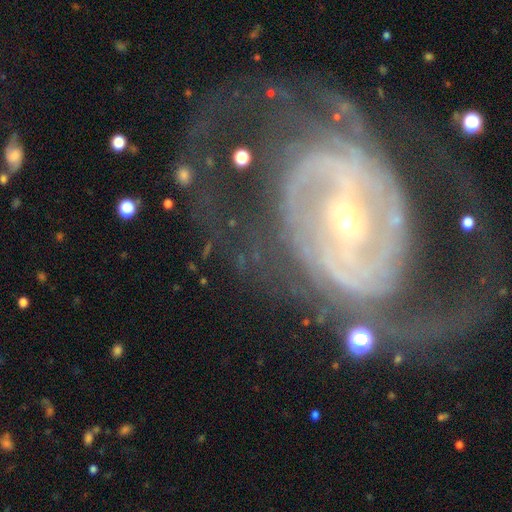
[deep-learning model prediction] A featured or disk galaxy (88%) with a strong bar (41%), 2 (59%) tight (41%, tied with medium) spiral arms (93%) and a small central bulge (82%).

Vote fractions:
- Smooth or featured? featured or disk: 88% / star or artifact: 7% / smooth: 5%
- Edge-on disk? no: 96% / yes: 4%
- Bar? strong: 41% / weak: 33% / no: 26%
- Spiral arms? yes: 93% / no: 7%
- Spiral winding? tight: 41% (tied) / medium: 41% (tied) / loose: 19%
- Spiral arm count? 2: 59% / can't tell: 17% / 3: 9% / 4: 6% / 1: 5% / more than 4: 5%
- Bulge size? small: 82% / moderate: 14% / large: 2% / dominant: 1% / none: 1%
- Merging? none: 53% / major disturbance: 27% / minor disturbance: 16% / merger: 4%